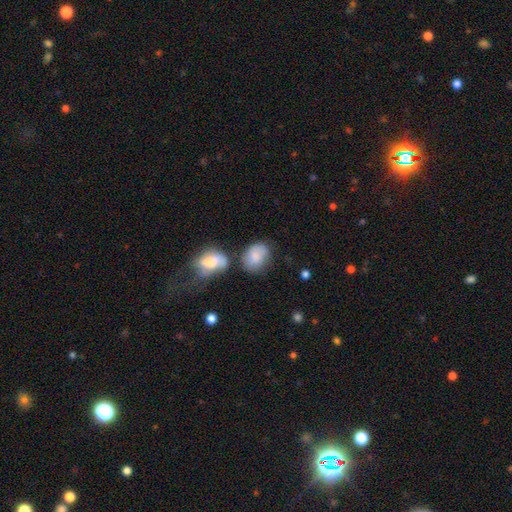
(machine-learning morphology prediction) A smooth galaxy with no disk features (79%) that is in between round and cigar-shaped (68%). Merging: none (50%).